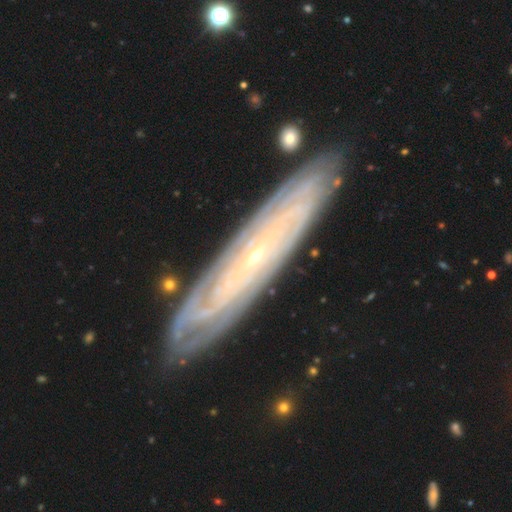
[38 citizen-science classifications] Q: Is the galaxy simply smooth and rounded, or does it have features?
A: featured or disk — 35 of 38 (92%).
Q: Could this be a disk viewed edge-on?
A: no — 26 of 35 (74%).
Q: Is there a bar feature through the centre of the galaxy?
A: no — 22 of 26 (85%).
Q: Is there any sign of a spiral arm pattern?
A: yes — 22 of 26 (85%).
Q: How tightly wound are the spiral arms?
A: tight — 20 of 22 (91%).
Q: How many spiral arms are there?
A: can't tell — 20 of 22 (91%).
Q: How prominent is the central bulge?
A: small — 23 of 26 (88%).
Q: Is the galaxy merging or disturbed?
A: none — 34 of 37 (92%).